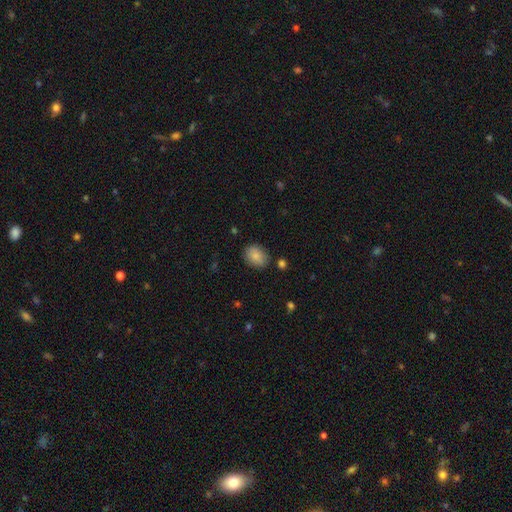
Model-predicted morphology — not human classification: This appears to be a smooth galaxy with no disk features (83%) that is in between round and cigar-shaped (62%). Merging: none (80%).